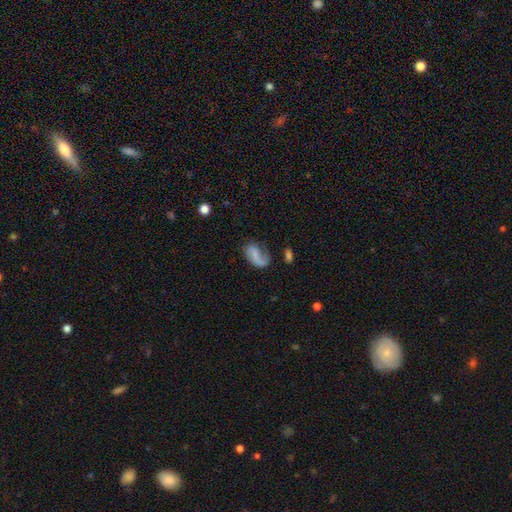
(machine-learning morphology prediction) Q: Smooth or featured?
A: featured or disk (53%); runner-up: smooth (39%)
Q: Edge-on disk?
A: no (97%); runner-up: yes (3%)
Q: Bar?
A: no (49%); runner-up: weak (36%)
Q: Spiral arms?
A: yes (83%); runner-up: no (17%)
Q: Bulge size?
A: none (53%); runner-up: small (31%)
Q: Merging?
A: none (45%); runner-up: major disturbance (26%)